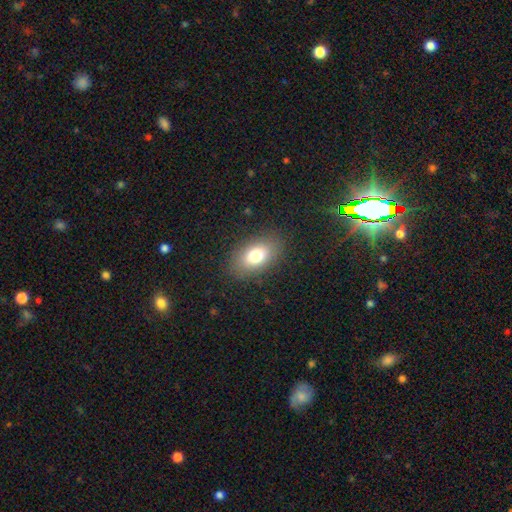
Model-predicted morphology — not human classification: type=smooth (76%); roundness=in between (87%); merging=none (85%).